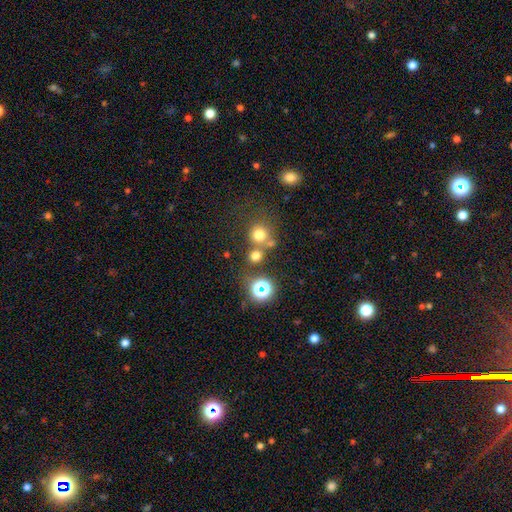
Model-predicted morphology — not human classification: Smooth or featured? smooth (67%)
How rounded? round (89%)
Merging? none (63%)